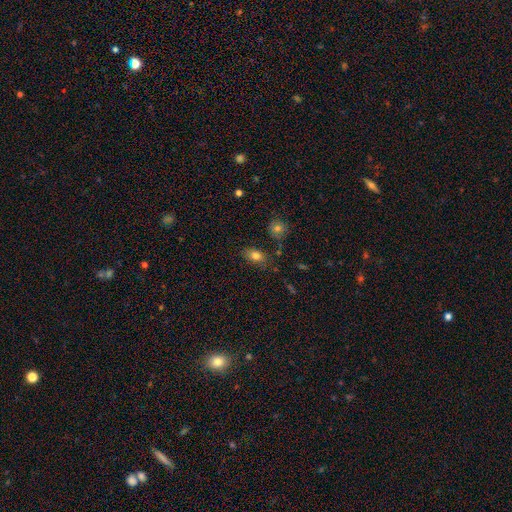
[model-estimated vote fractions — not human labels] A smooth galaxy with no disk features (80%) that is in between round and cigar-shaped (80%). Merging: none (77%).